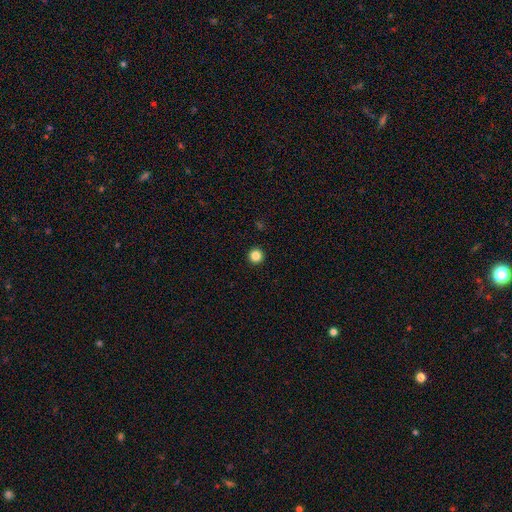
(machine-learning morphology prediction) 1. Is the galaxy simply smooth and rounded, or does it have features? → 85% smooth, 11% star or artifact, 4% featured or disk.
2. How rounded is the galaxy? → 96% round, 3% in between, 1% cigar-shaped.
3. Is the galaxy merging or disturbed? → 94% none, 3% minor disturbance, 1% major disturbance, 1% merger.